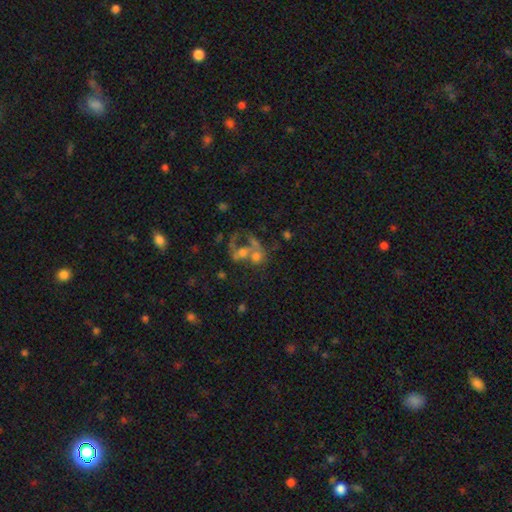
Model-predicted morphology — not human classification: A featured or disk galaxy (42%).

Vote fractions:
- Smooth or featured? featured or disk: 42% / smooth: 37% / star or artifact: 21%
- Merging? merger: 51% / none: 22% / major disturbance: 19% / minor disturbance: 8%